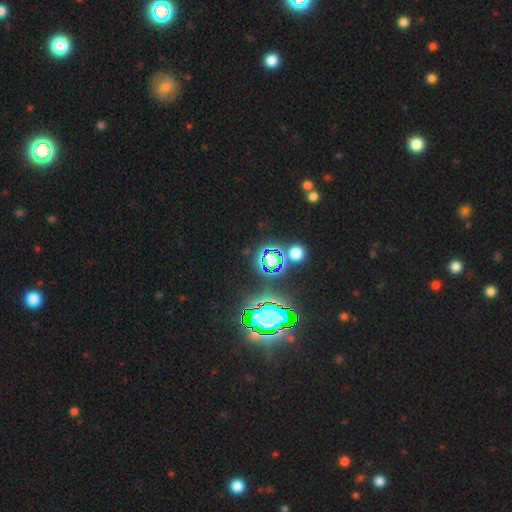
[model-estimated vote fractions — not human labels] smooth-or-featured: star or artifact: 80% | smooth: 13% | featured or disk: 7%